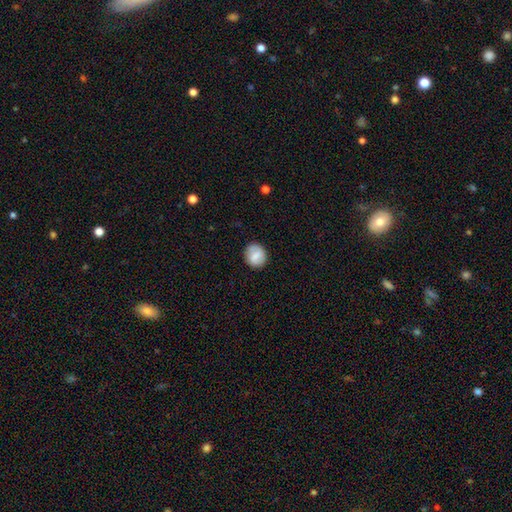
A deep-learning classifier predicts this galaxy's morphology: This is likely a smooth galaxy (77%). How rounded: likely round (76%). Merging: clearly none (86%).